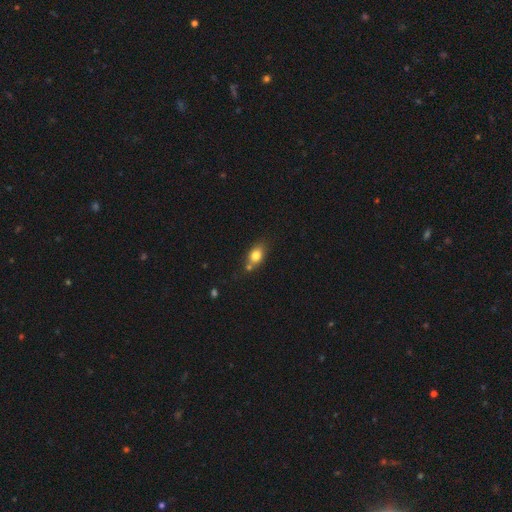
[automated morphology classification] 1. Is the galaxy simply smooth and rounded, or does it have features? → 80% smooth, 11% featured or disk, 10% star or artifact.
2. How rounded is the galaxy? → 70% in between, 27% round, 3% cigar-shaped.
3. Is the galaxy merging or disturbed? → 57% none, 21% merger, 17% minor disturbance, 4% major disturbance.